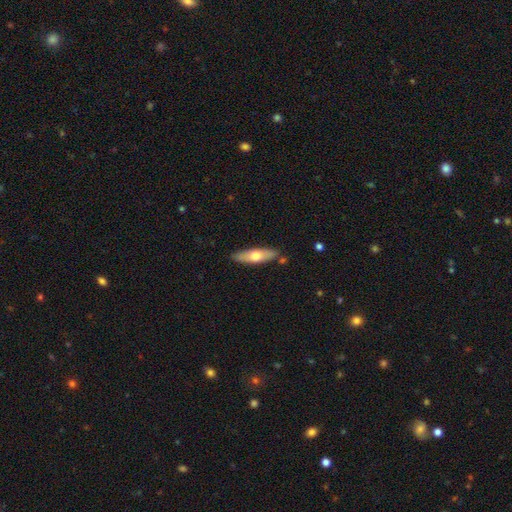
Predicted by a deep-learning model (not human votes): Smooth or featured?
  - smooth: 58% *
  - featured or disk: 37%
  - star or artifact: 5%
How rounded?
  - cigar-shaped: 59% *
  - in between: 39%
  - round: 2%
Merging?
  - none: 84% *
  - minor disturbance: 10%
  - merger: 3%
  - major disturbance: 2%